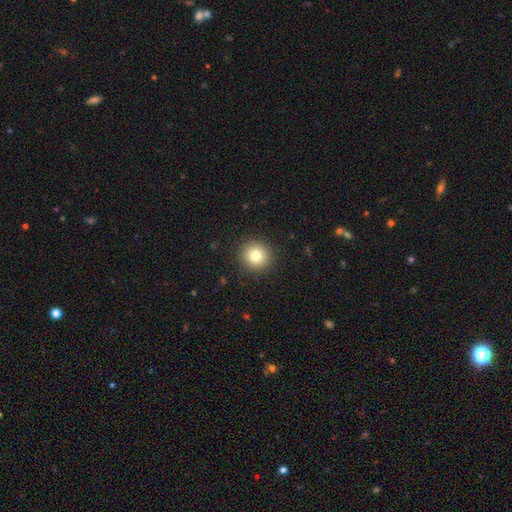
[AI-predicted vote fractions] Smooth or featured?
  - smooth: 80% *
  - star or artifact: 11%
  - featured or disk: 9%
How rounded?
  - round: 94% *
  - in between: 5%
  - cigar-shaped: 1%
Merging?
  - none: 92% *
  - minor disturbance: 5%
  - major disturbance: 2%
  - merger: 1%